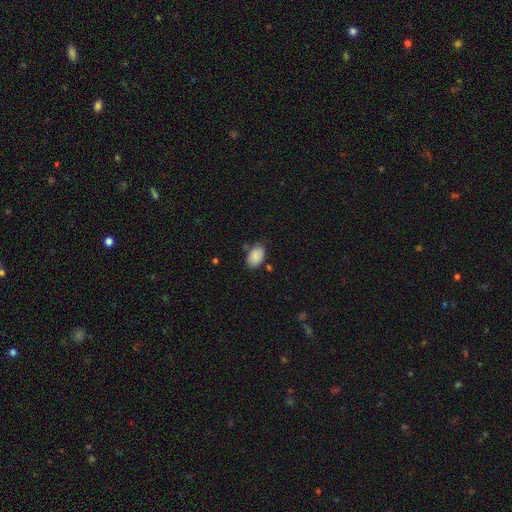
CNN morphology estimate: Overall: smooth (86%). How rounded: in between (89%). Merging: none (73%).